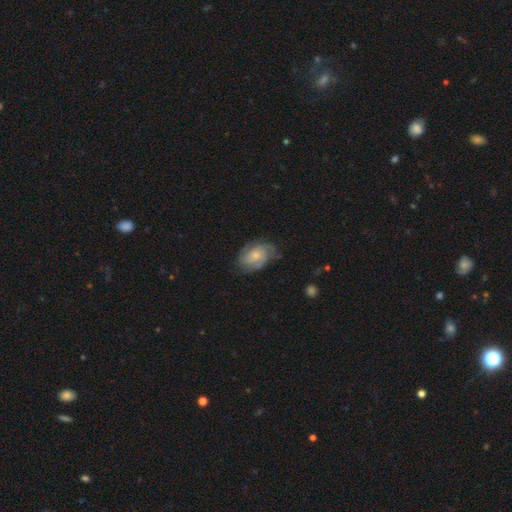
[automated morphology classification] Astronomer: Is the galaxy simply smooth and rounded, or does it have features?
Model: featured or disk — 57% (runner-up: smooth, 36%).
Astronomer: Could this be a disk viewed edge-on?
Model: no — 96%.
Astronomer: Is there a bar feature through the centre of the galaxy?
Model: no — 75%.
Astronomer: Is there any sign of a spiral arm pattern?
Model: yes — 86%.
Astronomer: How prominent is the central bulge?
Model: small — 50% (runner-up: moderate, 39%).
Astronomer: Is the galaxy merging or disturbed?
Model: none — 62%.